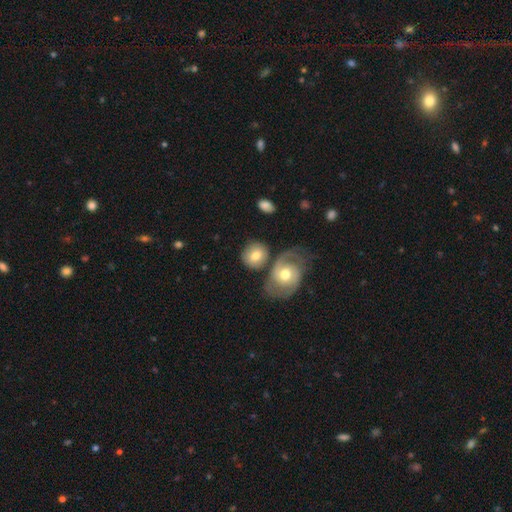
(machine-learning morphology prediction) smooth_or_featured: smooth (p=0.66) [alt: featured or disk p=0.27]
how_rounded: round (p=0.72) [alt: in between p=0.26]
merging: none (p=0.59) [alt: merger p=0.21]